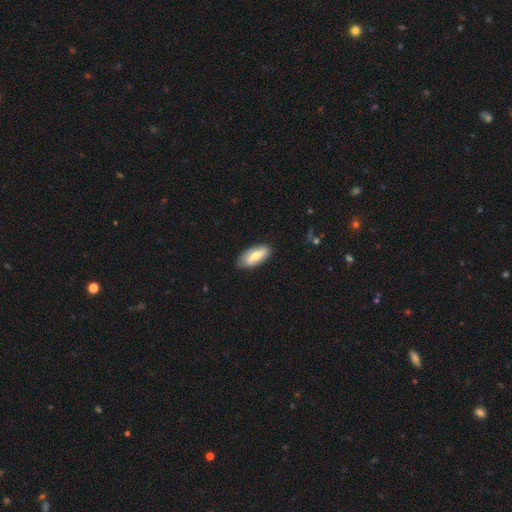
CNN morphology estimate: This appears to be a smooth galaxy with no disk features (58%) that is in between round and cigar-shaped (85%). Merging: none (81%).